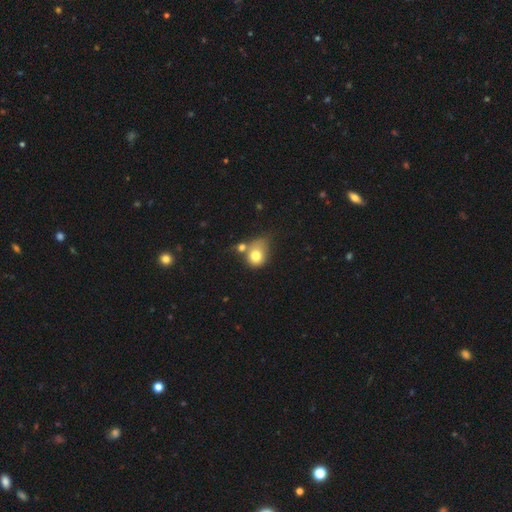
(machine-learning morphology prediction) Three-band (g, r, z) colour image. It shows a smooth galaxy with no disk features (76%) that is round (55%). Merging: merger (38%).